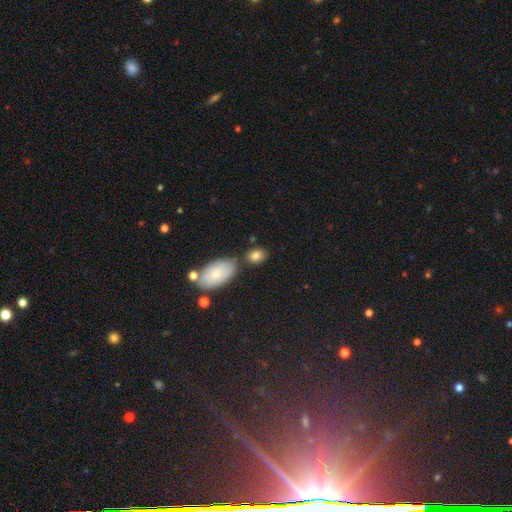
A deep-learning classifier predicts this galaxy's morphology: Smooth or featured: smooth — 82% (featured or disk — 9%)
How rounded: in between — 74% (round — 24%)
Merging: none — 68% (merger — 14%)